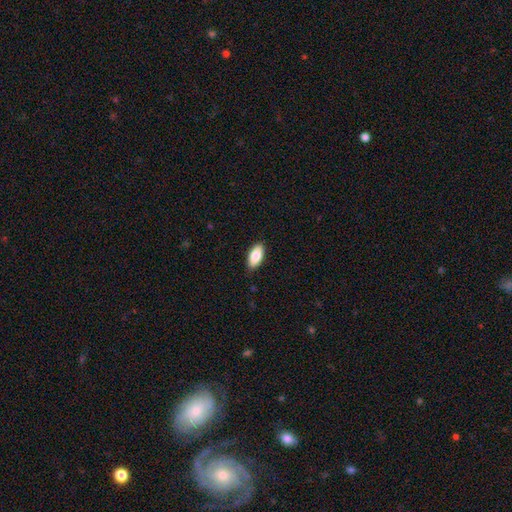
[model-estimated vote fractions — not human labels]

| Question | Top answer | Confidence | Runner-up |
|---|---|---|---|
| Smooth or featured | smooth | 85% | featured or disk (8%) |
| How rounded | in between | 91% | cigar-shaped (7%) |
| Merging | none | 87% | minor disturbance (10%) |